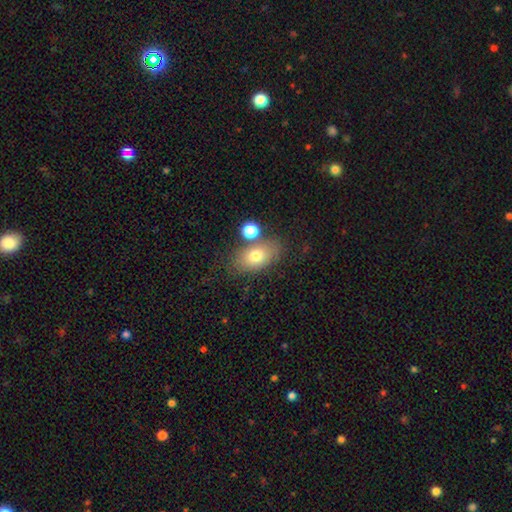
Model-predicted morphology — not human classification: smooth-or-featured: smooth: 75% | featured or disk: 16% | star or artifact: 9%
  how-rounded: in between: 86% | round: 11% | cigar-shaped: 2%
  merging: none: 64% | merger: 16% | minor disturbance: 14% | major disturbance: 5%